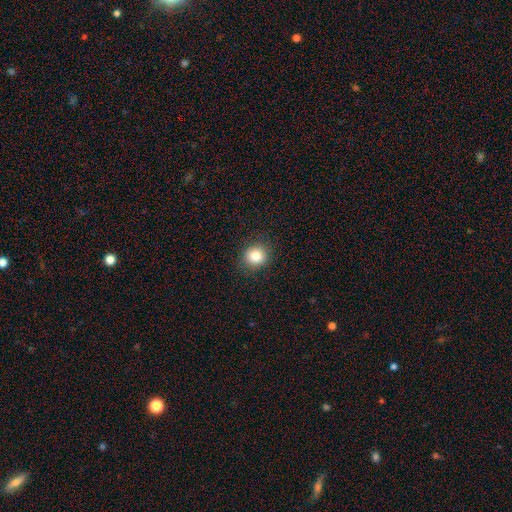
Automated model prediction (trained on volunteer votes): Smooth or featured: smooth — 83% (star or artifact — 11%)
How rounded: round — 84% (in between — 16%)
Merging: none — 89% (minor disturbance — 8%)